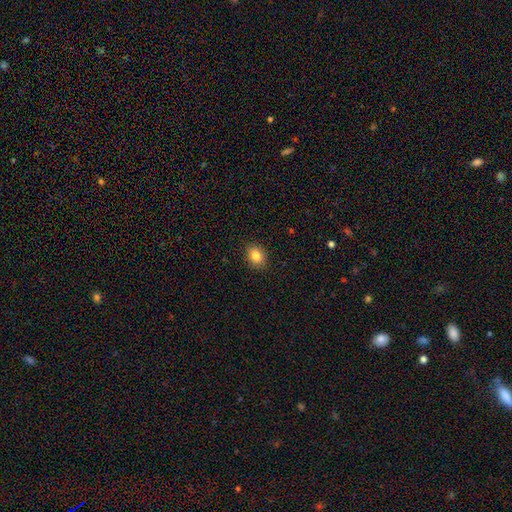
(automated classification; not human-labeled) Morphology: type=smooth (84%); roundness=in between (54%); merging=none (90%).